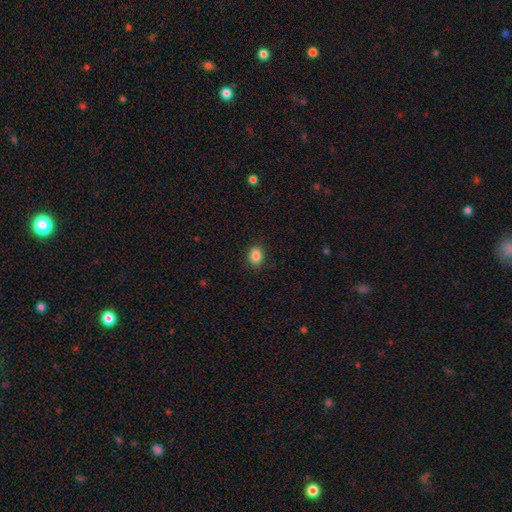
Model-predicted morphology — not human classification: Overall: smooth (86%). How rounded: in between (56%; round 43%). Merging: none (89%).